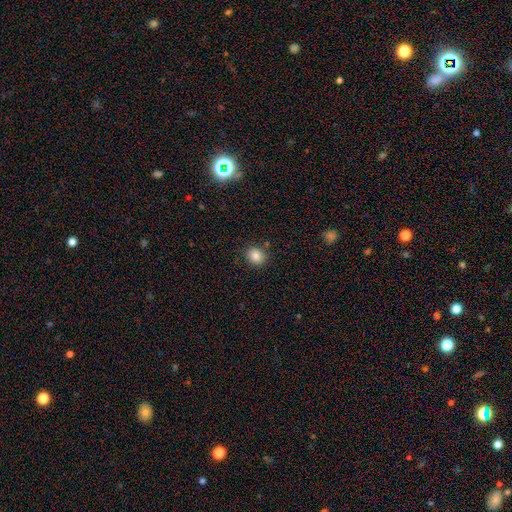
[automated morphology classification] A smooth galaxy with no disk features (84%) that is round (66%). Merging: none (85%).